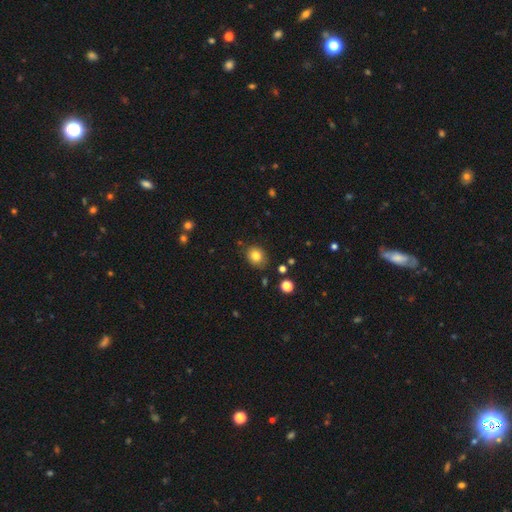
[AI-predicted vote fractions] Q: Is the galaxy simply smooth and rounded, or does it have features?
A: smooth — 82%.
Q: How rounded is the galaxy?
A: round — 62%.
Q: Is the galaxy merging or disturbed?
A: none — 82%.